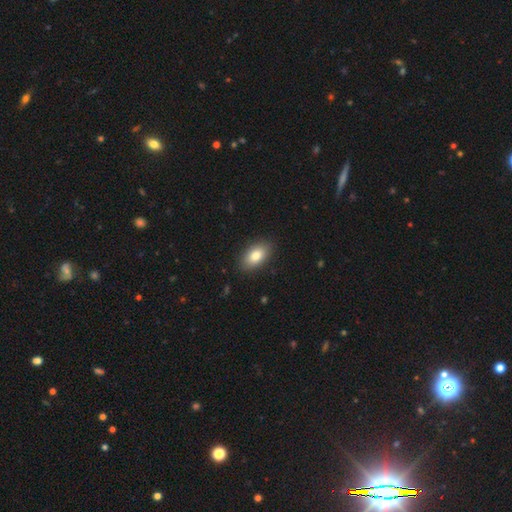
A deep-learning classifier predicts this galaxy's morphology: type=smooth (82%); roundness=in between (92%); merging=none (88%).